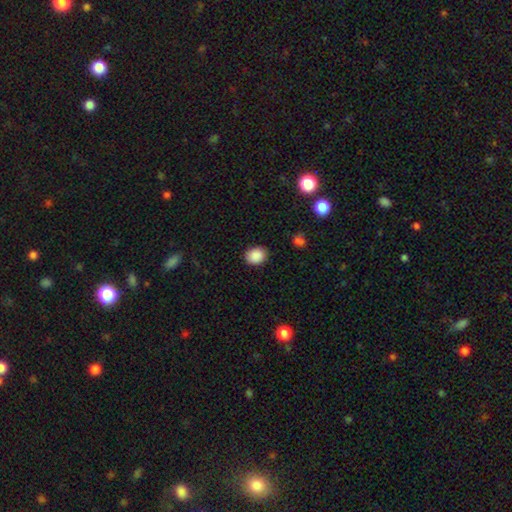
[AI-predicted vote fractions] smooth-or-featured: smooth: 88% | star or artifact: 9% | featured or disk: 3%
  how-rounded: round: 56% | in between: 43% | cigar-shaped: 1%
  merging: none: 88% | minor disturbance: 9% | major disturbance: 2% | merger: 1%